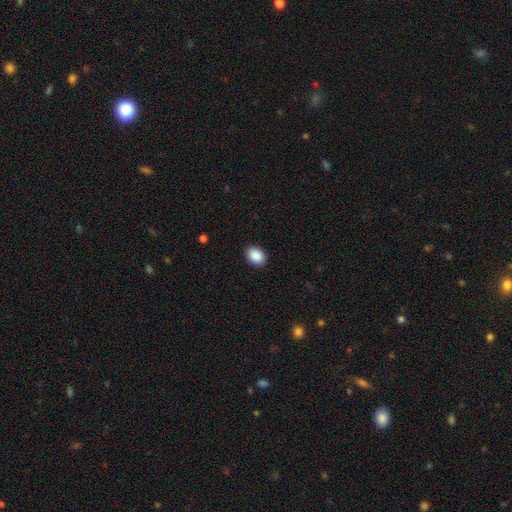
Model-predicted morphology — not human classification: Overall: smooth (90%). How rounded: in between (76%). Merging: none (90%).